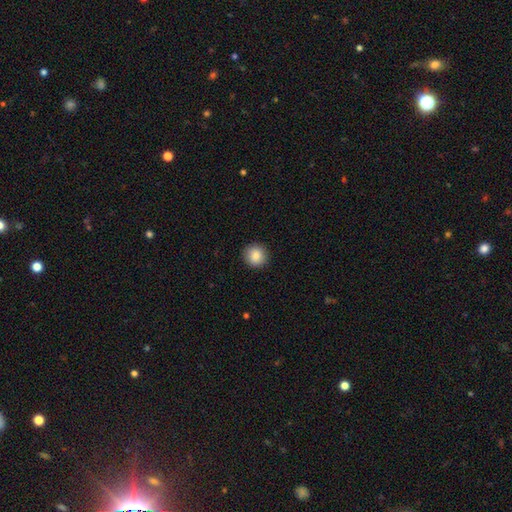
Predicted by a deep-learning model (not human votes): Smooth or featured? smooth (86%)
How rounded? round (92%)
Merging? none (91%)